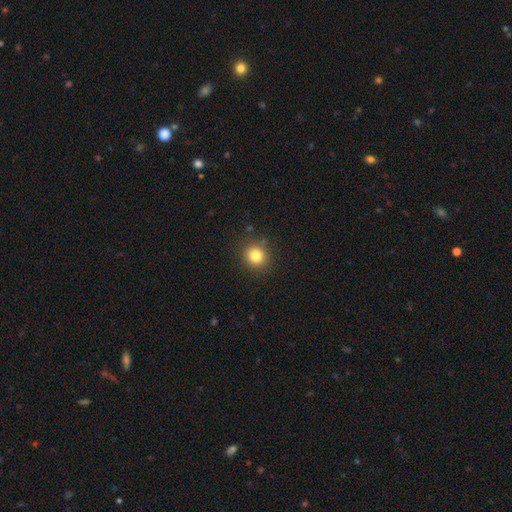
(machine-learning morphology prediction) Q: Smooth or featured?
A: smooth (83%); runner-up: star or artifact (12%)
Q: How rounded?
A: round (89%); runner-up: in between (10%)
Q: Merging?
A: none (88%); runner-up: minor disturbance (8%)